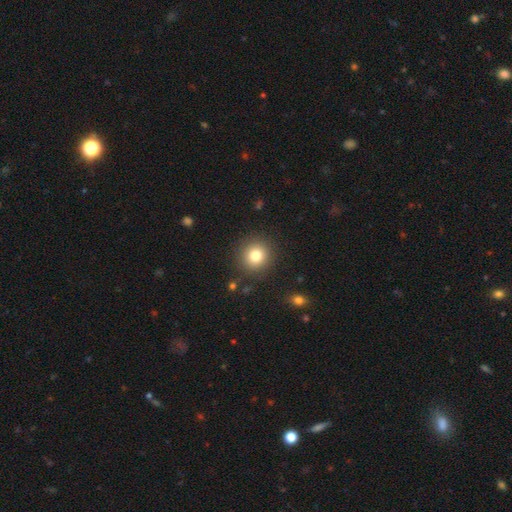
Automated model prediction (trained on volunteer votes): A smooth galaxy with no disk features (80%) that is round (91%). Merging: none (89%).